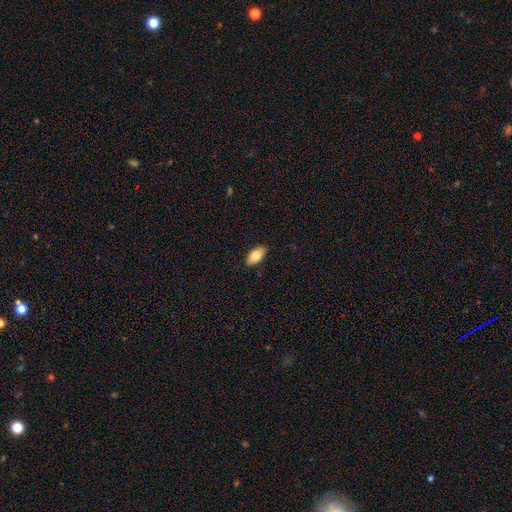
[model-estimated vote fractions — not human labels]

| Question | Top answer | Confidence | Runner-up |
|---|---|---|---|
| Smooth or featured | smooth | 82% | featured or disk (12%) |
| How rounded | in between | 93% | cigar-shaped (4%) |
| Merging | none | 88% | minor disturbance (9%) |